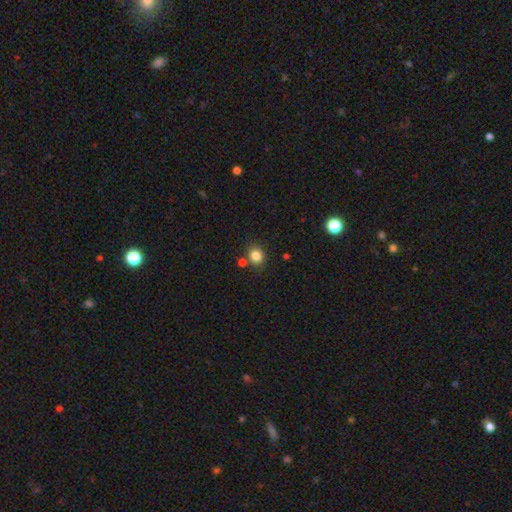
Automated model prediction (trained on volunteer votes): smooth-or-featured: smooth: 83% | star or artifact: 12% | featured or disk: 5%
  how-rounded: round: 68% | in between: 31% | cigar-shaped: 1%
  merging: none: 76% | merger: 10% | minor disturbance: 10% | major disturbance: 3%